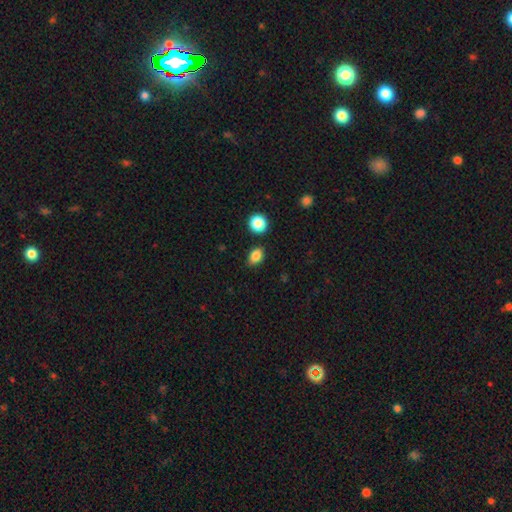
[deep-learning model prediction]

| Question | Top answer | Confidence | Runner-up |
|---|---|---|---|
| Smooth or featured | smooth | 84% | star or artifact (11%) |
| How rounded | in between | 73% | round (25%) |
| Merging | none | 81% | minor disturbance (12%) |